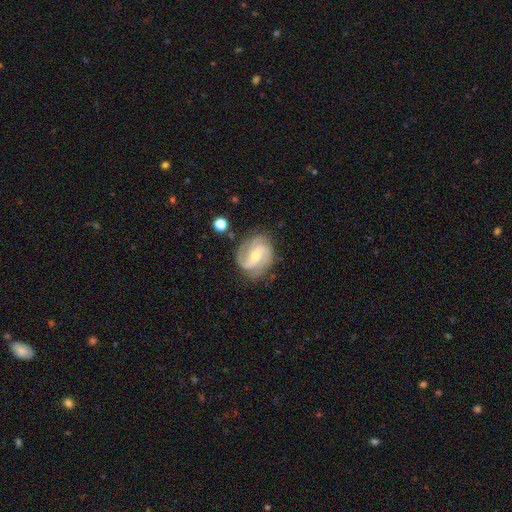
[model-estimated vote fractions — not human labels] Morphology: type=featured or disk (89%); edge-on=no (98%); bar=weak (43%); spiral arms=yes (98%); winding=medium (49%); arm count=3 (43%); bulge=small (54%); merging=none (76%).